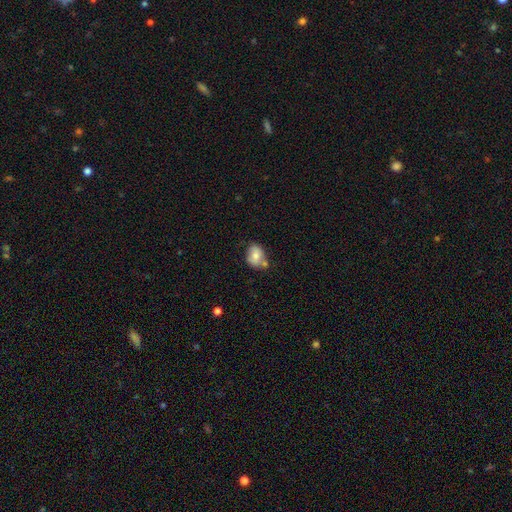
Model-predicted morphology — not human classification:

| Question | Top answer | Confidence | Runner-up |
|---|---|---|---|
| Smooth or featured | smooth | 73% | featured or disk (19%) |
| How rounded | in between | 57% | round (42%) |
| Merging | none | 55% | merger (20%) |